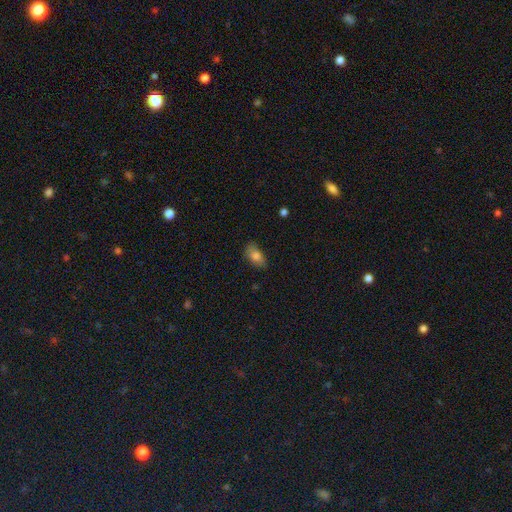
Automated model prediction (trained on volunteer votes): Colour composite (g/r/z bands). It shows a smooth galaxy with no disk features (81%) that is in between round and cigar-shaped (89%). Merging: none (73%).